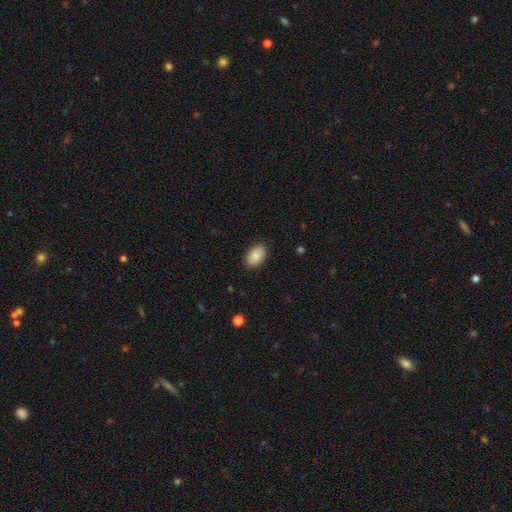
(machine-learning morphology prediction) Q: Smooth or featured?
A: smooth (88%); runner-up: star or artifact (6%)
Q: How rounded?
A: in between (92%); runner-up: round (7%)
Q: Merging?
A: none (87%); runner-up: minor disturbance (10%)